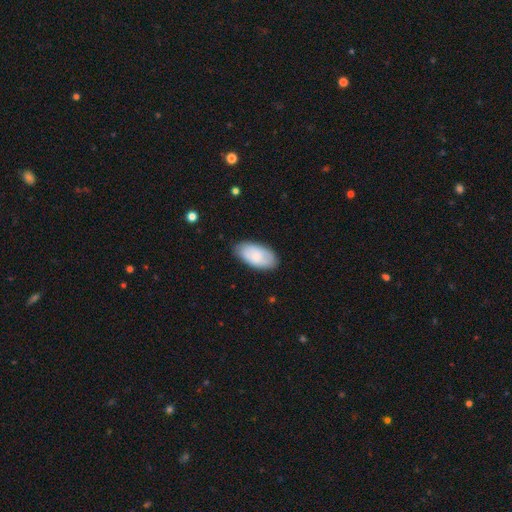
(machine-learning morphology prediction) Overall: smooth (80%). How rounded: in between (95%). Merging: none (78%).